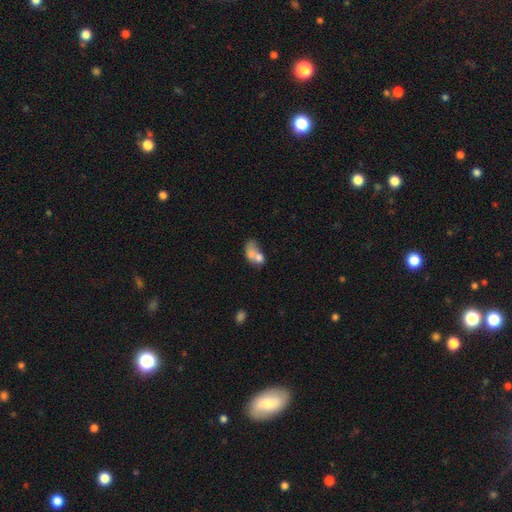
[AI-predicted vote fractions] smooth 65%, featured or disk 25%, star or artifact 10%. Down the decision tree: how rounded — in between (75%); merging — merger (60%).